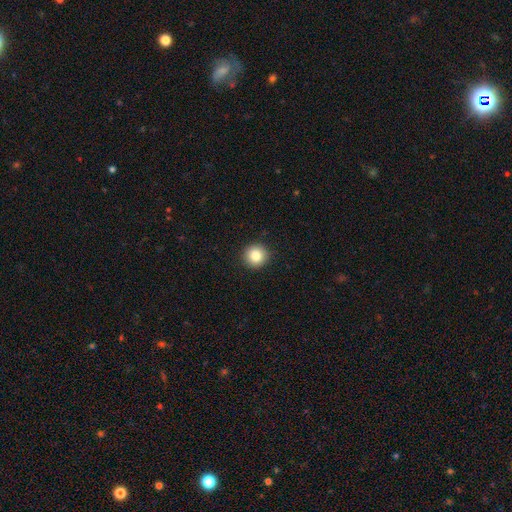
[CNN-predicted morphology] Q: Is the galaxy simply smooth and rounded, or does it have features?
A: smooth — 84%.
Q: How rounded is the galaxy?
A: round — 94%.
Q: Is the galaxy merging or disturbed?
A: none — 92%.